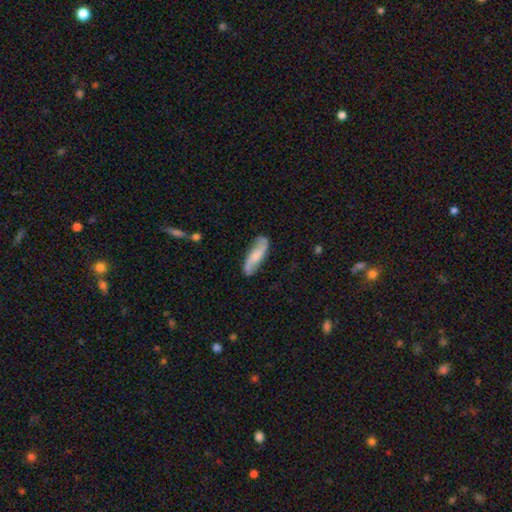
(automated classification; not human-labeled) A featured or disk galaxy (63%) with no bar (50%), 2 (92%) loose (70%) spiral arms (94%) and a small central bulge (33%). Merging: none (80%).